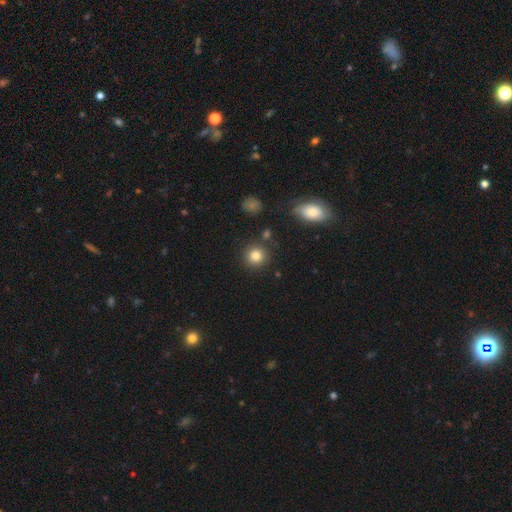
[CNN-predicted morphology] Smooth or featured?
  - smooth: 82% *
  - star or artifact: 11%
  - featured or disk: 6%
How rounded?
  - round: 91% *
  - in between: 8%
  - cigar-shaped: 1%
Merging?
  - none: 86% *
  - minor disturbance: 7%
  - merger: 4%
  - major disturbance: 3%